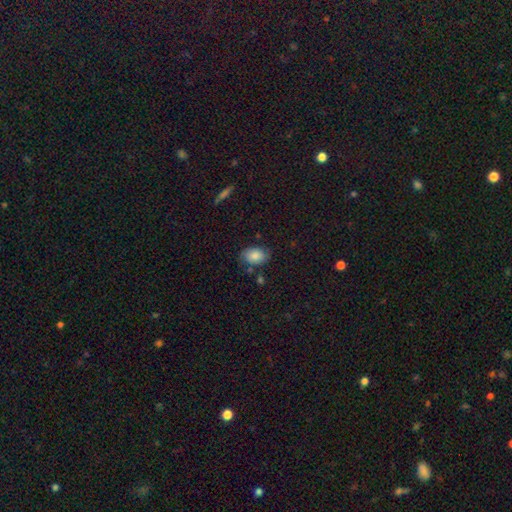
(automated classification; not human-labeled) Smooth or featured?
  - smooth: 78% *
  - featured or disk: 14%
  - star or artifact: 8%
How rounded?
  - in between: 85% *
  - round: 14%
  - cigar-shaped: 1%
Merging?
  - none: 71% *
  - minor disturbance: 20%
  - major disturbance: 5%
  - merger: 4%